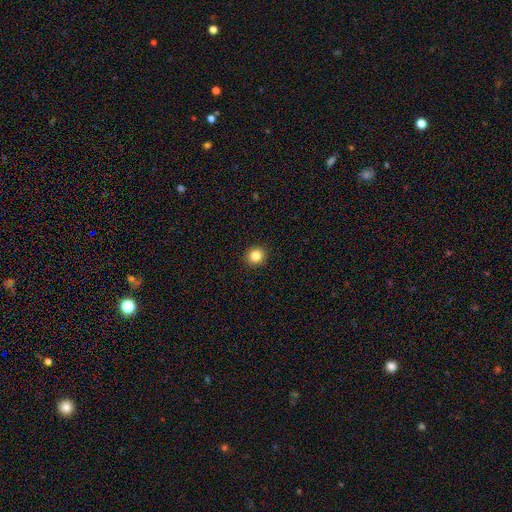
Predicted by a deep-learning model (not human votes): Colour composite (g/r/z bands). It shows a smooth galaxy with no disk features (84%) that is round (89%). Merging: none (93%).